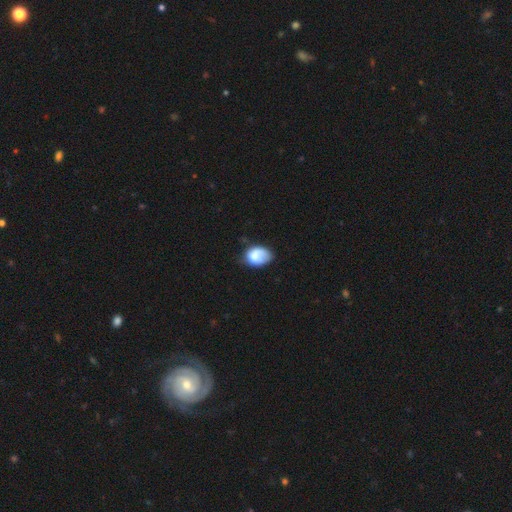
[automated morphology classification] smooth 76%, featured or disk 16%, star or artifact 7%. Down the decision tree: how rounded — in between (77%); merging — none (43%).